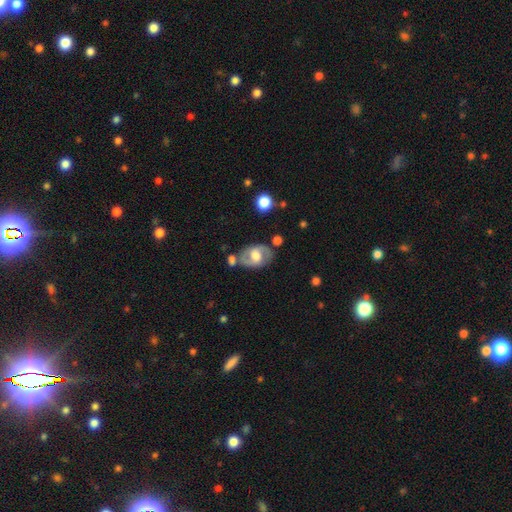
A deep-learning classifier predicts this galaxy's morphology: smooth-or-featured: featured or disk: 69% | smooth: 25% | star or artifact: 6%
  disk-edge-on: no: 96% | yes: 4%
    bar: weak: 44% | no: 39% | strong: 17%
    has-spiral-arms: yes: 78% | no: 22%
      spiral-winding: medium: 51% | tight: 26% | loose: 22%
      spiral-arm-count: 2: 86% | can't tell: 8% | 1: 3% | 3: 1% | 4: 1% | more than 4: 1%
    bulge-size: moderate: 55% | large: 31% | small: 9% | none: 2% | dominant: 2%
  merging: none: 66% | minor disturbance: 18% | merger: 9% | major disturbance: 6%